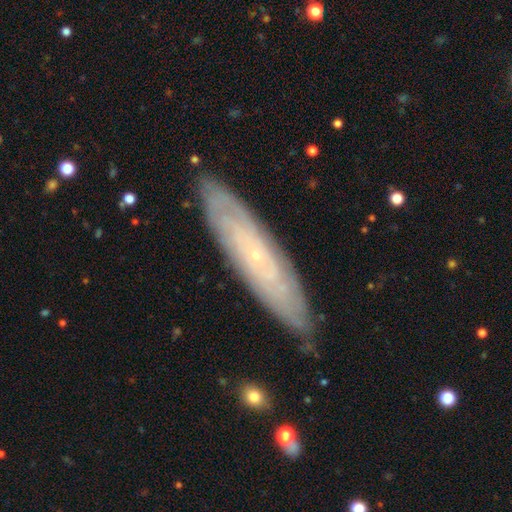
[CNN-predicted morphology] smooth-or-featured: featured or disk: 73% | smooth: 19% | star or artifact: 8%
  disk-edge-on: no: 70% | yes: 30%
    bar: no: 82% | weak: 13% | strong: 4%
    has-spiral-arms: yes: 85% | no: 15%
    bulge-size: small: 90% | moderate: 6% | none: 2% | large: 1% | dominant: 1%
  merging: none: 86% | minor disturbance: 11% | major disturbance: 2% | merger: 1%